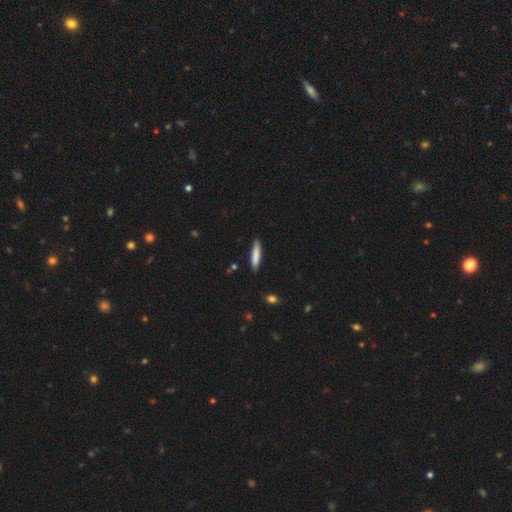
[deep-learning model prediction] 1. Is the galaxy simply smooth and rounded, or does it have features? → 81% smooth, 13% featured or disk, 6% star or artifact.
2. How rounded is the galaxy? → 86% cigar-shaped, 13% in between, 1% round.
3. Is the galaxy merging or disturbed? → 86% none, 11% minor disturbance, 2% major disturbance, 2% merger.